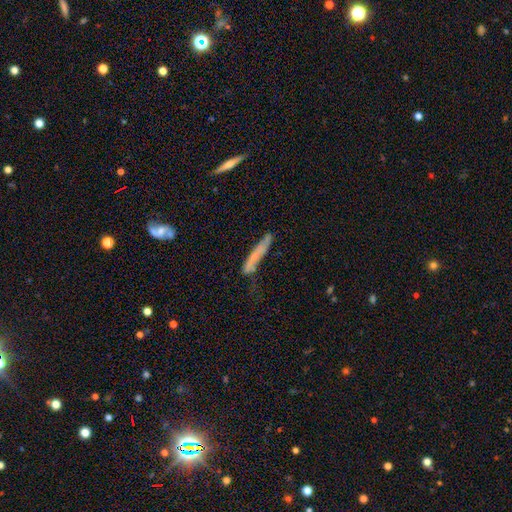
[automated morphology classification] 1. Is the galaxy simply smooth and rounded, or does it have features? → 48% smooth, 41% featured or disk, 11% star or artifact.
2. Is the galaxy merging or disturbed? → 58% none, 27% minor disturbance, 10% major disturbance, 5% merger.